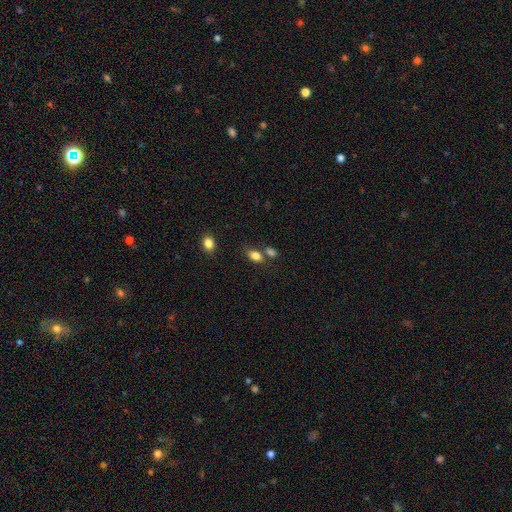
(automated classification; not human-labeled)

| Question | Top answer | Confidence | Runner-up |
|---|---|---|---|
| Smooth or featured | smooth | 82% | star or artifact (10%) |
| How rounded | in between | 83% | round (14%) |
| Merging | none | 57% | merger (24%) |